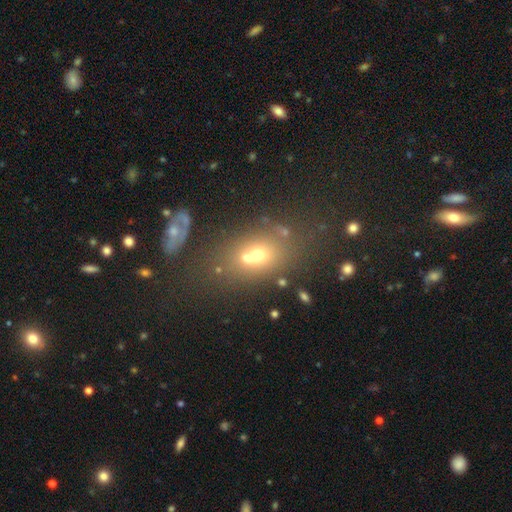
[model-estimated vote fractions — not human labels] A smooth galaxy with no disk features (55%) that is in between round and cigar-shaped (66%).

Vote fractions:
- Smooth or featured? smooth: 55% / star or artifact: 24% / featured or disk: 21%
- How rounded? in between: 66% / round: 28% / cigar-shaped: 6%
- Merging? none: 51% / merger: 26% / minor disturbance: 14% / major disturbance: 9%